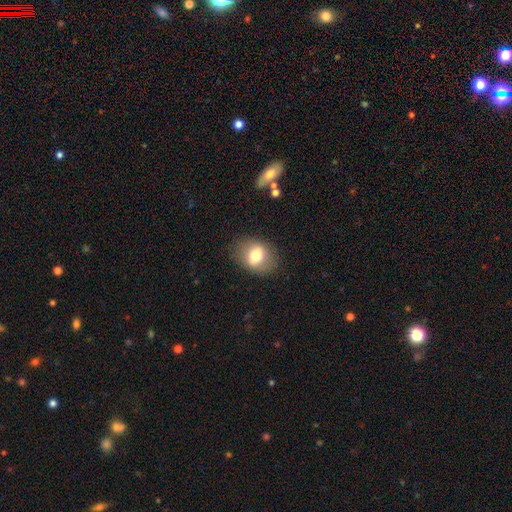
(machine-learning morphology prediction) type=smooth (69%); roundness=in between (65%); merging=none (83%).